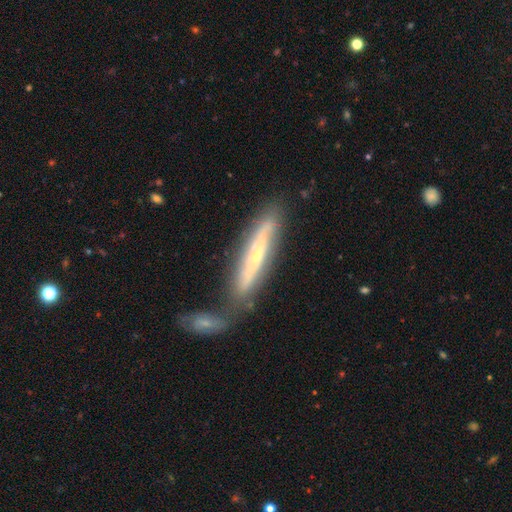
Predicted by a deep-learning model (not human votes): smooth-or-featured: featured or disk: 65% | smooth: 29% | star or artifact: 6%
  disk-edge-on: yes: 69% | no: 31%
  merging: none: 57% | merger: 25% | minor disturbance: 14% | major disturbance: 4%